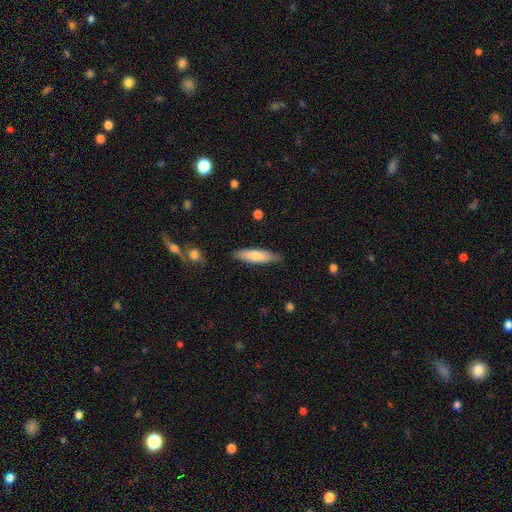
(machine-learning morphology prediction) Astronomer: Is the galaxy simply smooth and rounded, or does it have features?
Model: smooth — 76%.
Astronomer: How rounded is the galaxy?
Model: cigar-shaped — 64%.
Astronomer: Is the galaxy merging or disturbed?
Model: none — 82%.